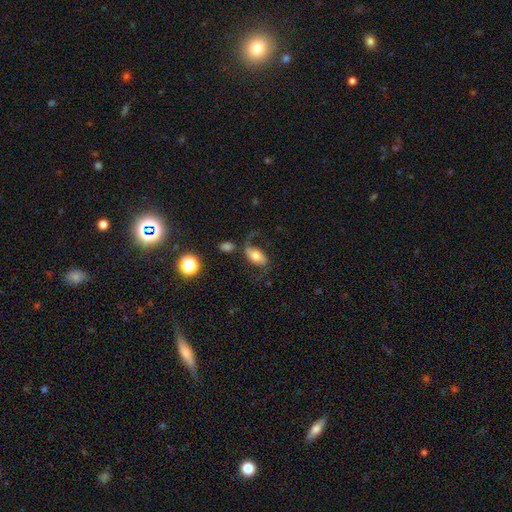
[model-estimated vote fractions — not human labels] Smooth or featured: featured or disk — 51% (smooth — 39%)
Edge-on disk: no — 92% (yes — 8%)
Merging: none — 49% (major disturbance — 24%)